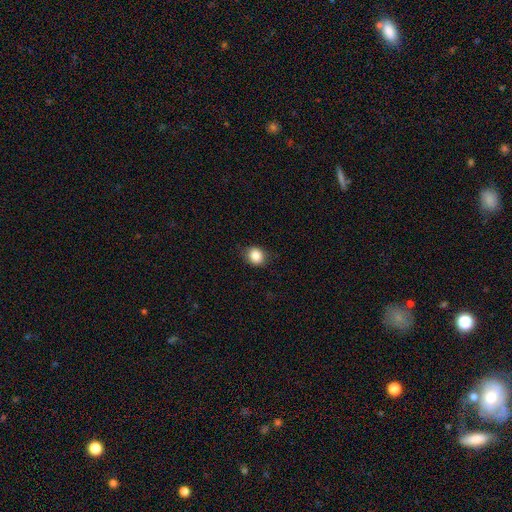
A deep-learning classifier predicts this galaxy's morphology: Smooth or featured? smooth (86%)
How rounded? round (68%)
Merging? none (85%)